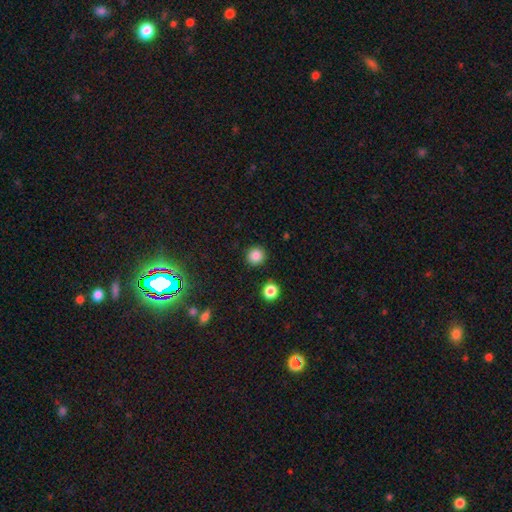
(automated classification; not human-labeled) This is clearly a smooth galaxy (85%). How rounded: clearly round (94%). Merging: clearly none (90%).